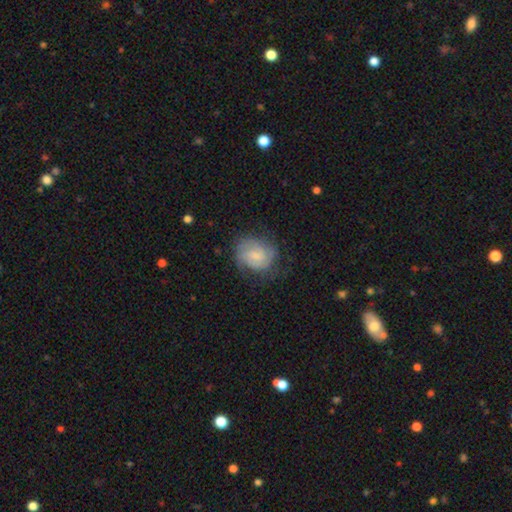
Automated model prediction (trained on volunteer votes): A featured or disk galaxy (69%) with a weak bar (49%), 2 (44%) tight (54%) spiral arms (93%) and a small central bulge (61%).

Vote fractions:
- Smooth or featured? featured or disk: 69% / smooth: 24% / star or artifact: 7%
- Edge-on disk? no: 98% / yes: 2%
- Bar? weak: 49% / no: 43% / strong: 7%
- Spiral arms? yes: 93% / no: 7%
- Spiral winding? tight: 54% / medium: 36% / loose: 10%
- Spiral arm count? 2: 44% / can't tell: 28% / 3: 16% / 1: 4% / 4: 4% / more than 4: 3%
- Bulge size? small: 61% / moderate: 23% / none: 13% / large: 2% / dominant: 1%
- Merging? none: 69% / minor disturbance: 20% / major disturbance: 9% / merger: 1%